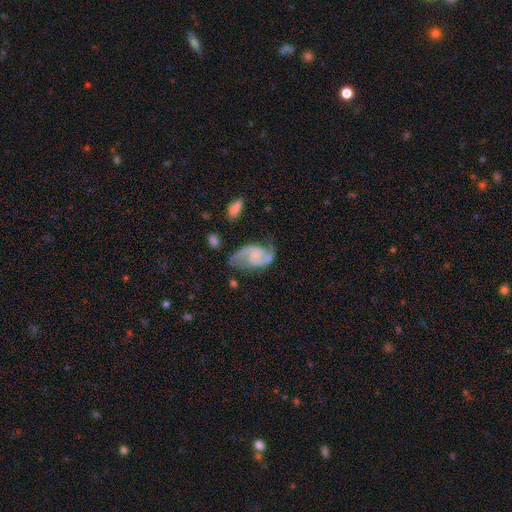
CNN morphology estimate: Smooth or featured?
  - featured or disk: 88% *
  - smooth: 7%
  - star or artifact: 6%
Edge-on disk?
  - no: 98% *
  - yes: 2%
Bar?
  - no: 58% *
  - weak: 34%
  - strong: 8%
Spiral arms?
  - yes: 97% *
  - no: 3%
Spiral winding?
  - medium: 51% *
  - loose: 34%
  - tight: 16%
Spiral arm count?
  - 2: 92% *
  - can't tell: 2%
  - 1: 2%
  - 3: 1%
  - 4: 1%
  - more than 4: 1%
Bulge size?
  - none: 46% *
  - small: 38%
  - moderate: 13%
  - large: 3%
  - dominant: 1%
Merging?
  - none: 65% *
  - minor disturbance: 21%
  - major disturbance: 11%
  - merger: 3%